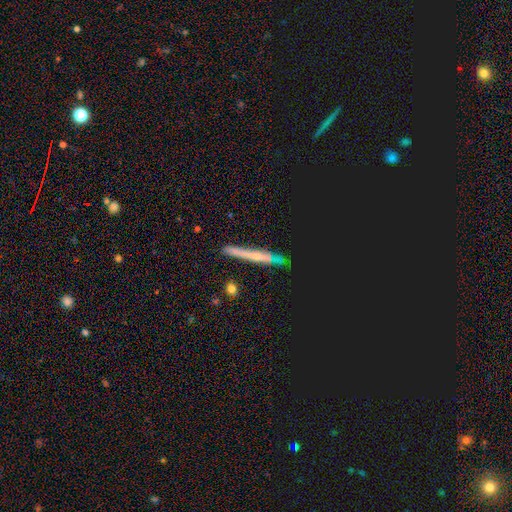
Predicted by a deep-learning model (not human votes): Smooth or featured? featured or disk (41%)
Merging? none (80%)